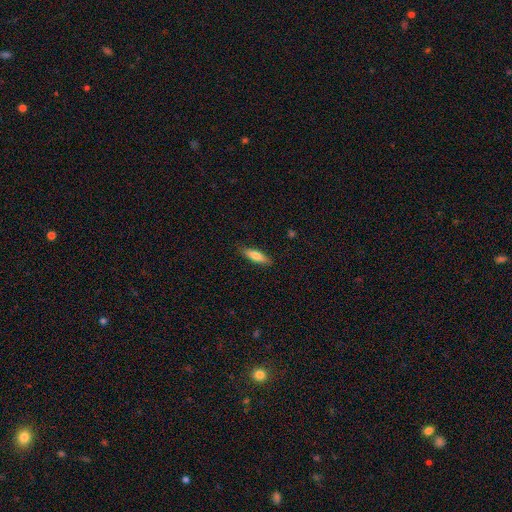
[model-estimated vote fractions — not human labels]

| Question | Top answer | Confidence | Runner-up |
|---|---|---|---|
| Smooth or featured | smooth | 72% | featured or disk (22%) |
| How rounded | cigar-shaped | 60% | in between (38%) |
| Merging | none | 87% | minor disturbance (10%) |